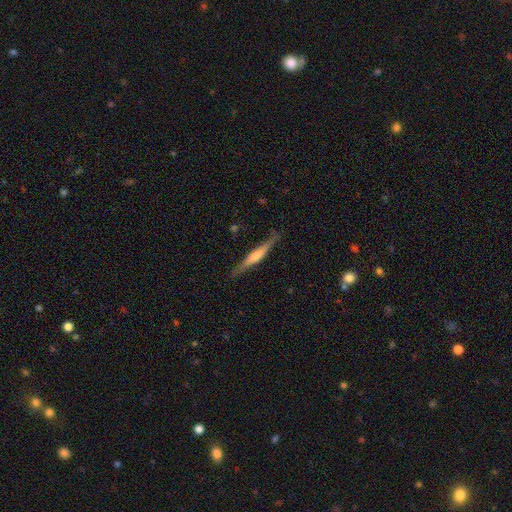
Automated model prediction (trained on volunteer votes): smooth_or_featured: featured or disk (p=0.60) [alt: smooth p=0.34]
disk_edge_on: yes (p=0.96) [alt: no p=0.04]
edge_on_bulge: rounded (p=0.53) [alt: none p=0.28]
merging: none (p=0.86) [alt: minor disturbance p=0.10]